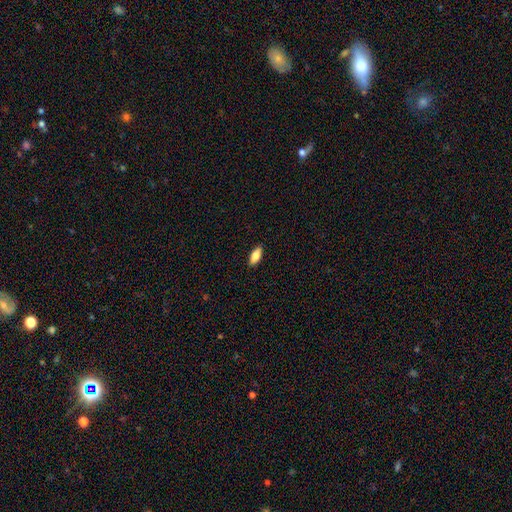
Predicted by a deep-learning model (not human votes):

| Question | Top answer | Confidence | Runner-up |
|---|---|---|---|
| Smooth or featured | smooth | 81% | featured or disk (12%) |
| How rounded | in between | 81% | cigar-shaped (17%) |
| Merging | none | 89% | minor disturbance (8%) |